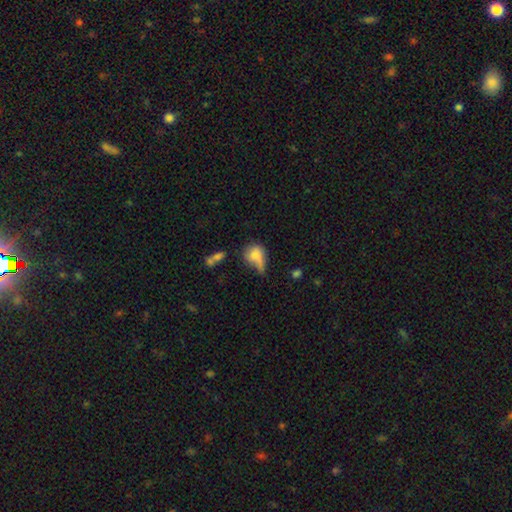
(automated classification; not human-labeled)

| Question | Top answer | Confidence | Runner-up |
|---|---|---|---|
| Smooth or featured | smooth | 71% | featured or disk (19%) |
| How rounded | in between | 52% | round (44%) |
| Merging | minor disturbance | 29% | tied: major disturbance (29%) |